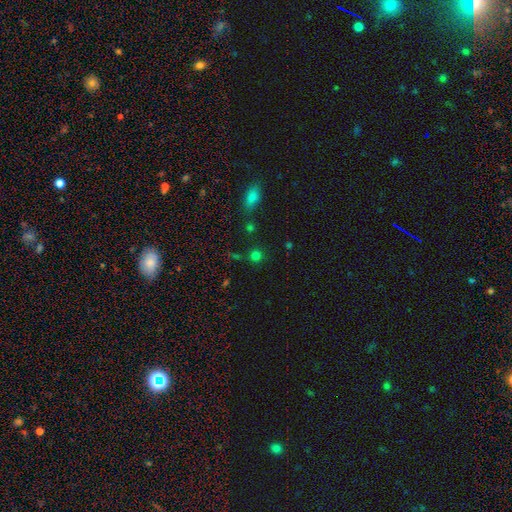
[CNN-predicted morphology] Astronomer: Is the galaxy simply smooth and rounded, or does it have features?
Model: smooth — 72%.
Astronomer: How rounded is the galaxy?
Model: round — 89%.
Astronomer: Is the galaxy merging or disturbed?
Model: none — 79%.